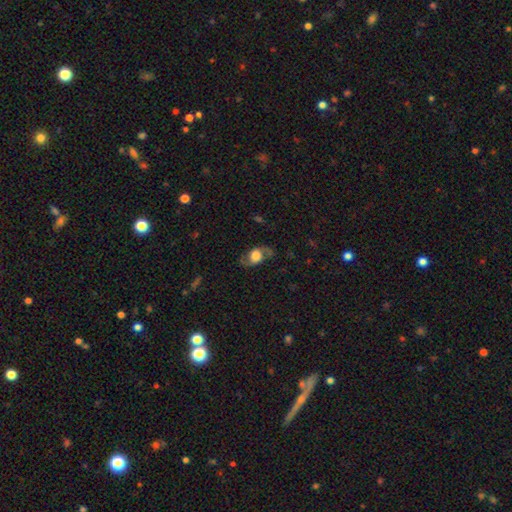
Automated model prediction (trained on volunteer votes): smooth-or-featured: featured or disk: 58% | smooth: 34% | star or artifact: 8%
  disk-edge-on: no: 89% | yes: 11%
    bar: no: 70% | weak: 24% | strong: 6%
    has-spiral-arms: yes: 79% | no: 21%
    bulge-size: large: 56% | dominant: 20% | moderate: 15% | small: 5% | none: 5%
  merging: none: 70% | minor disturbance: 17% | major disturbance: 11% | merger: 1%